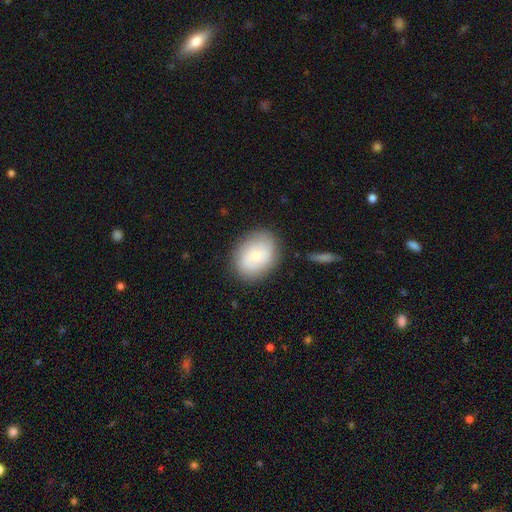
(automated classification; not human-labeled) Smooth or featured: smooth — 63% (featured or disk — 30%)
How rounded: in between — 59% (round — 40%)
Merging: none — 80% (minor disturbance — 13%)